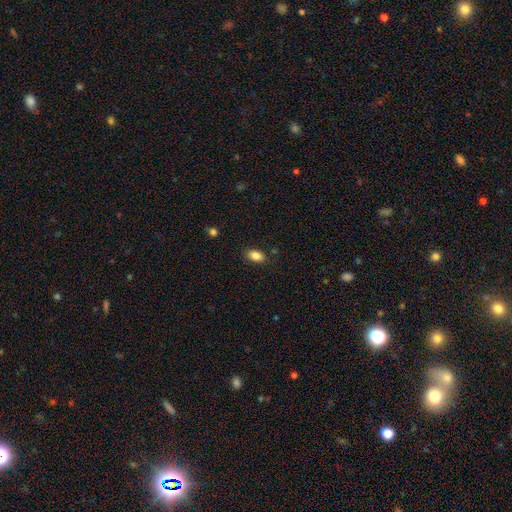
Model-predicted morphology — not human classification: smooth 86%, star or artifact 9%, featured or disk 5%. Down the decision tree: how rounded — in between (89%); merging — none (85%).